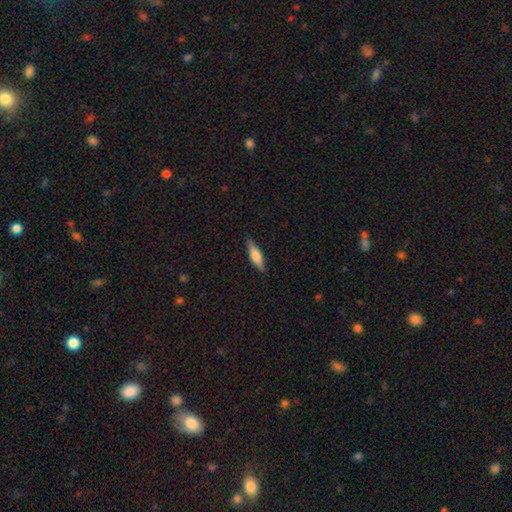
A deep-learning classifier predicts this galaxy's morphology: A smooth galaxy with no disk features (62%) that is cigar-shaped (60%).

Vote fractions:
- Smooth or featured? smooth: 62% / featured or disk: 31% / star or artifact: 6%
- How rounded? cigar-shaped: 60% / in between: 38% / round: 2%
- Merging? none: 86% / minor disturbance: 11% / major disturbance: 2% / merger: 1%